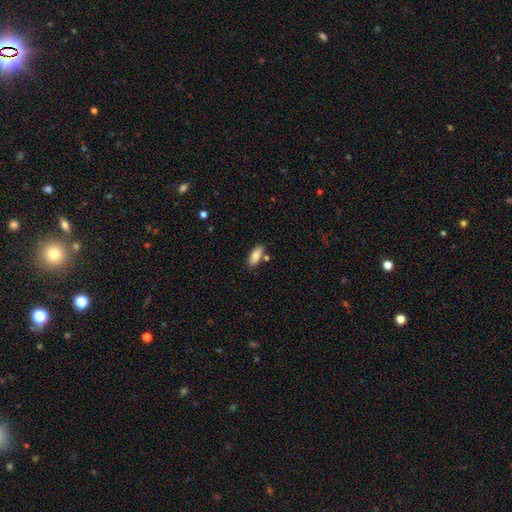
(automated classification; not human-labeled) smooth_or_featured: smooth (p=0.86) [alt: featured or disk p=0.08]
how_rounded: in between (p=0.81) [alt: cigar-shaped p=0.17]
merging: none (p=0.76) [alt: minor disturbance p=0.12]